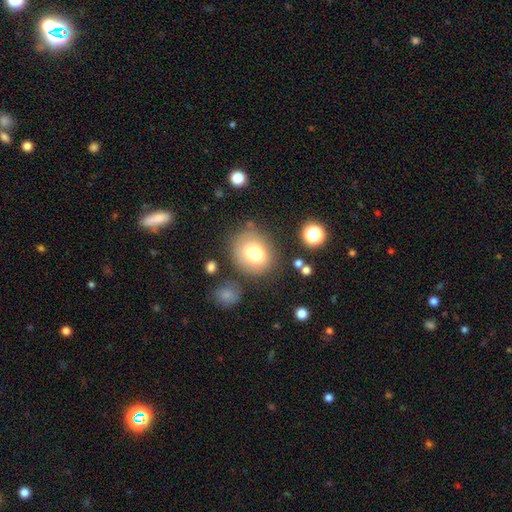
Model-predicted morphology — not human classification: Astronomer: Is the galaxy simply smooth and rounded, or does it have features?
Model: smooth — 75%.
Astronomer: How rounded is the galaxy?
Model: round — 63%.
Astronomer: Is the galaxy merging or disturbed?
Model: none — 69%.